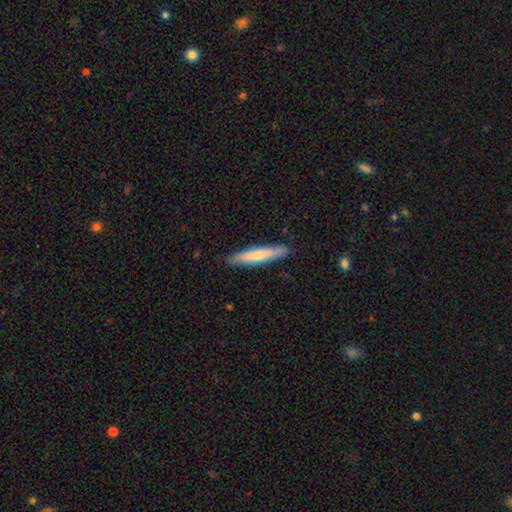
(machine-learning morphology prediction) Smooth or featured?
  - smooth: 68% *
  - featured or disk: 26%
  - star or artifact: 5%
How rounded?
  - cigar-shaped: 91% *
  - in between: 8%
  - round: 1%
Merging?
  - none: 89% *
  - minor disturbance: 8%
  - major disturbance: 2%
  - merger: 1%